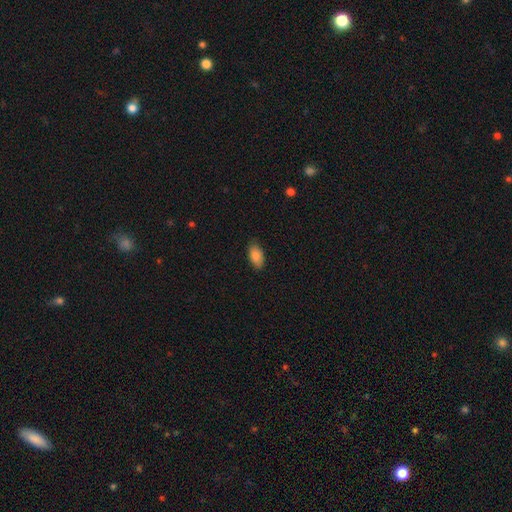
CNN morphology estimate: This appears to be a smooth galaxy with no disk features (84%) that is in between round and cigar-shaped (94%). Merging: none (83%).